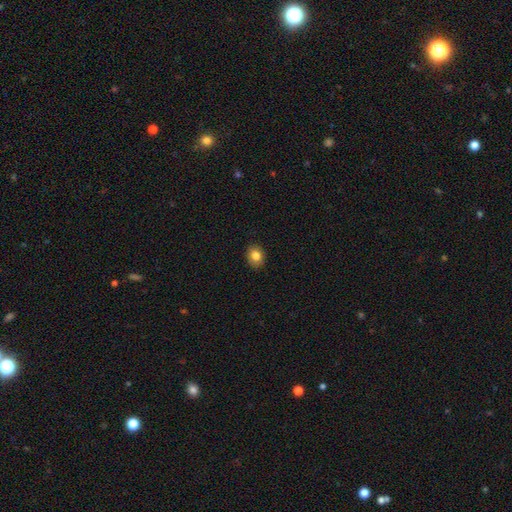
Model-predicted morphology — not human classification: smooth-or-featured: smooth: 83% | star or artifact: 10% | featured or disk: 7%
  how-rounded: round: 51% | in between: 48% | cigar-shaped: 1%
  merging: none: 90% | minor disturbance: 8% | major disturbance: 2% | merger: 1%